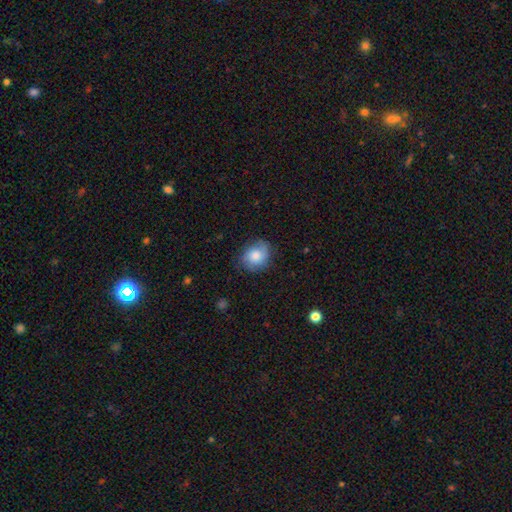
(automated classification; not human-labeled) Morphology: type=smooth (69%); roundness=round (63%); merging=none (73%).